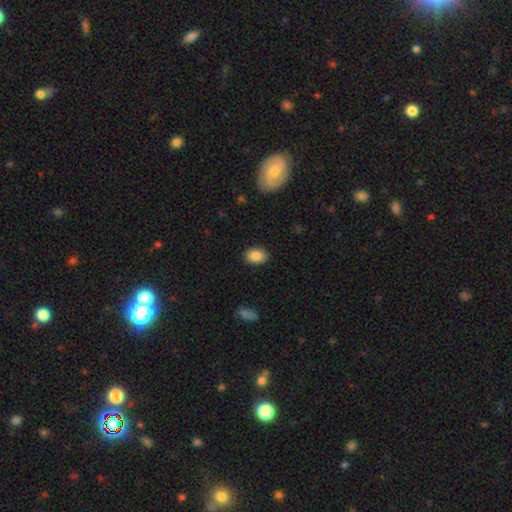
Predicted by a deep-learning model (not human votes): The model was most divided on "how rounded": in between: 79%, round: 20%, cigar-shaped: 1%. More confident: merging — none (88%); smooth or featured — smooth (87%).